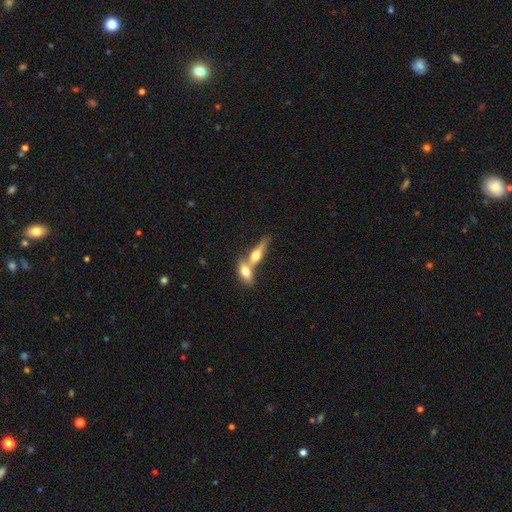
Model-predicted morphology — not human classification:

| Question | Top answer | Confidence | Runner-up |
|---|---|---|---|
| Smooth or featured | smooth | 52% | featured or disk (42%) |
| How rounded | in between | 50% | cigar-shaped (45%) |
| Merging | merger | 65% | none (25%) |